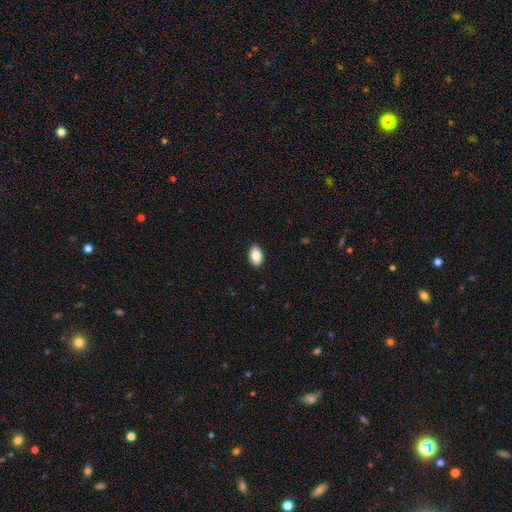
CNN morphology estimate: A smooth galaxy with no disk features (86%) that is in between round and cigar-shaped (92%). Merging: none (89%).